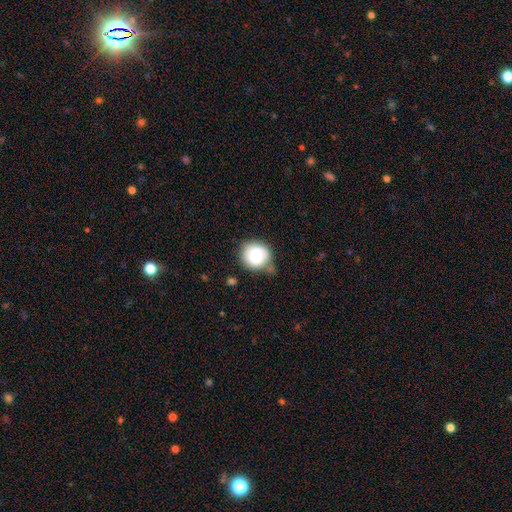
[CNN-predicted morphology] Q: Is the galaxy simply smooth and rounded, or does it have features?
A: smooth — 76%.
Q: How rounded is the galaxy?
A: round — 86%.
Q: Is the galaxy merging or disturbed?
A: none — 57%.